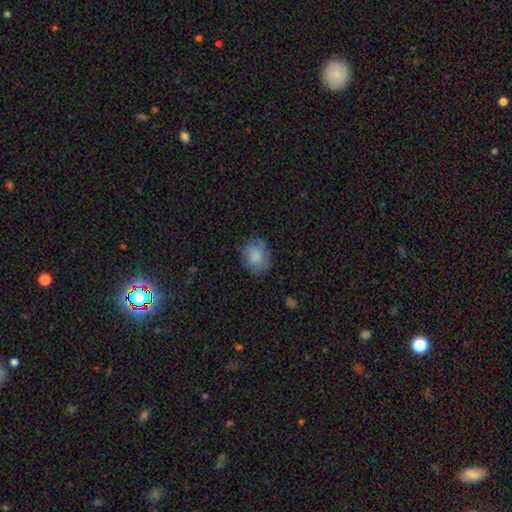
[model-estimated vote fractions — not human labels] Smooth or featured: smooth — 67% (featured or disk — 25%)
How rounded: round — 57% (in between — 42%)
Merging: none — 63% (minor disturbance — 25%)